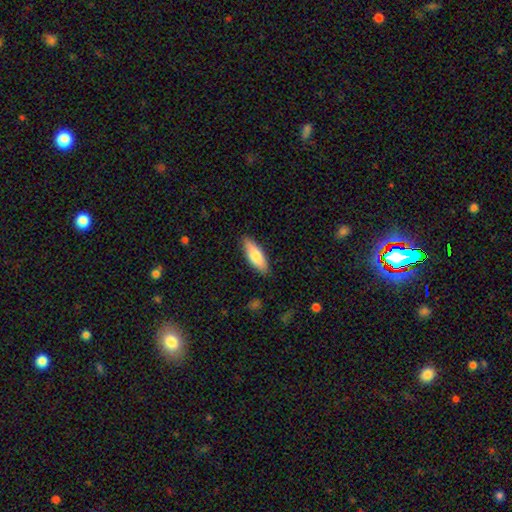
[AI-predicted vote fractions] This appears to be a smooth galaxy with no disk features (78%) that is in between round and cigar-shaped (65%). Merging: none (85%).